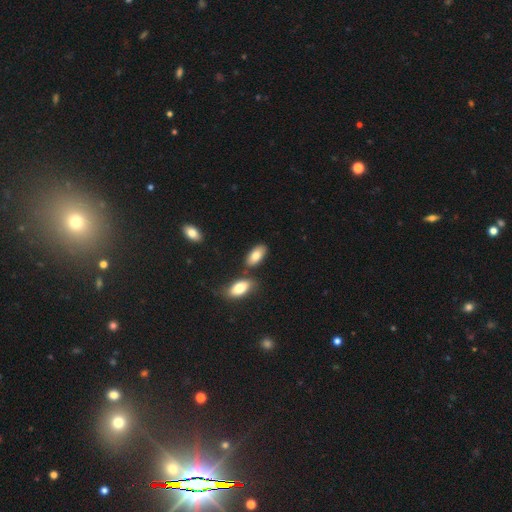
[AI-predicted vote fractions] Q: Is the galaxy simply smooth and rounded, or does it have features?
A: smooth — 80%.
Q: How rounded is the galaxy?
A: in between — 93%.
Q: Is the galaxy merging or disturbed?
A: none — 71%.